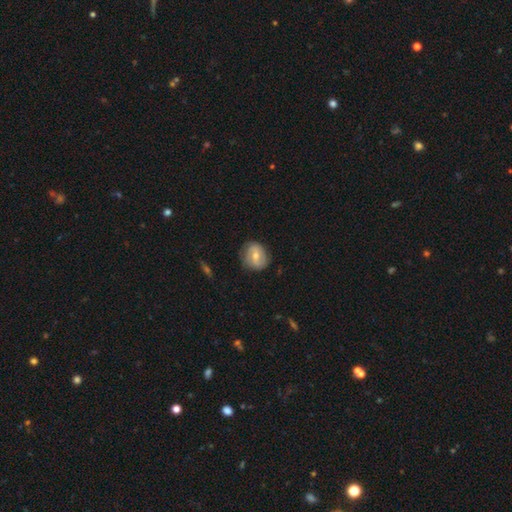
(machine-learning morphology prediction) type=smooth (49%); merging=none (76%).